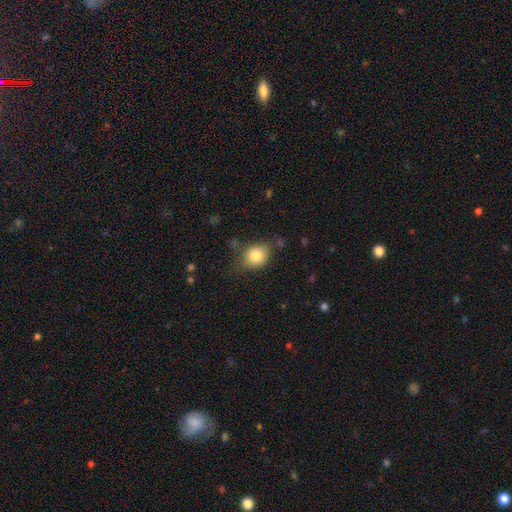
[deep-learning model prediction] A smooth galaxy with no disk features (78%) that is round (59%). Merging: none (61%).